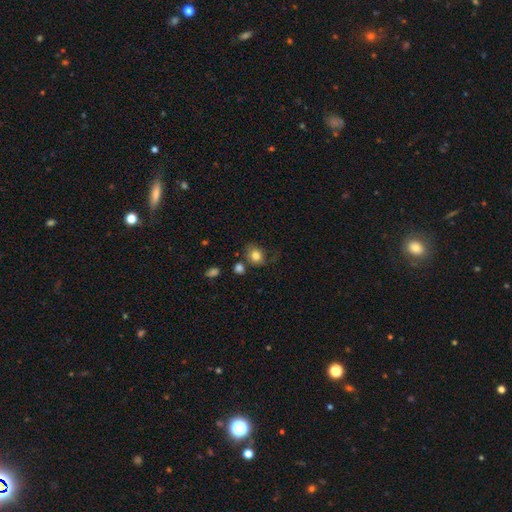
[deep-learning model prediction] Overall: smooth (80%). How rounded: round (60%; in between 39%). Merging: none (59%; minor disturbance 23%).